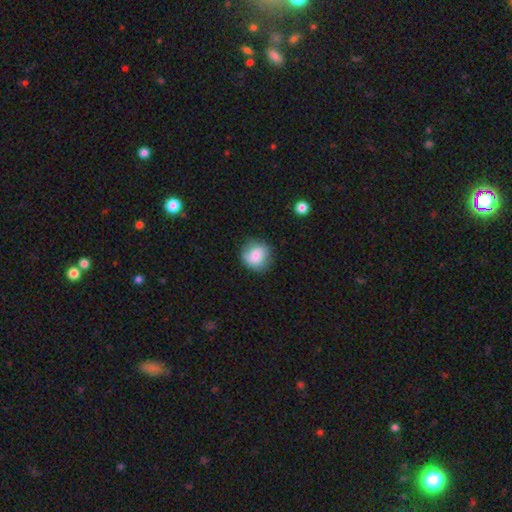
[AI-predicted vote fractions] A smooth galaxy with no disk features (78%) that is round (85%).

Vote fractions:
- Smooth or featured? smooth: 78% / featured or disk: 14% / star or artifact: 8%
- How rounded? round: 85% / in between: 14% / cigar-shaped: 1%
- Merging? none: 77% / minor disturbance: 17% / major disturbance: 4% / merger: 1%